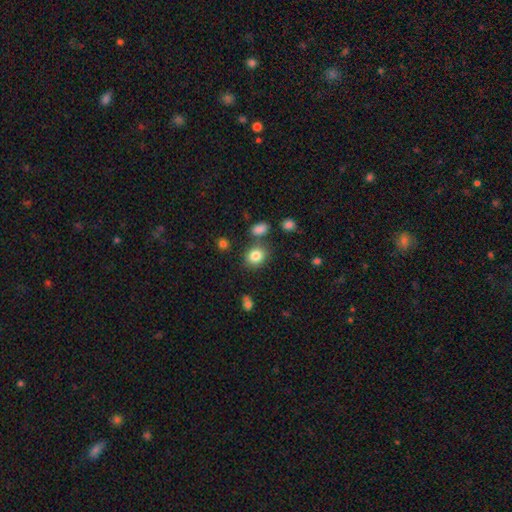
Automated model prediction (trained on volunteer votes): Q: Smooth or featured?
A: smooth (83%); runner-up: star or artifact (11%)
Q: How rounded?
A: round (66%); runner-up: in between (33%)
Q: Merging?
A: none (75%); runner-up: minor disturbance (11%)